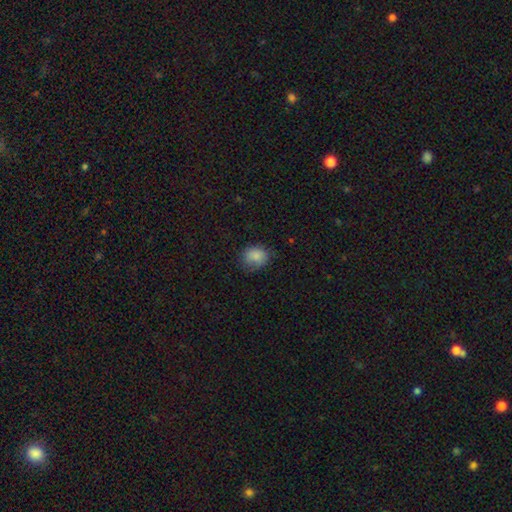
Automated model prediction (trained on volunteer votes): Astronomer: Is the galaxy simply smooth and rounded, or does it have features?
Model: smooth — 85%.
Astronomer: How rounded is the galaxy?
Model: round — 59% (runner-up: in between, 40%).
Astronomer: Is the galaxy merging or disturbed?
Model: none — 69%.